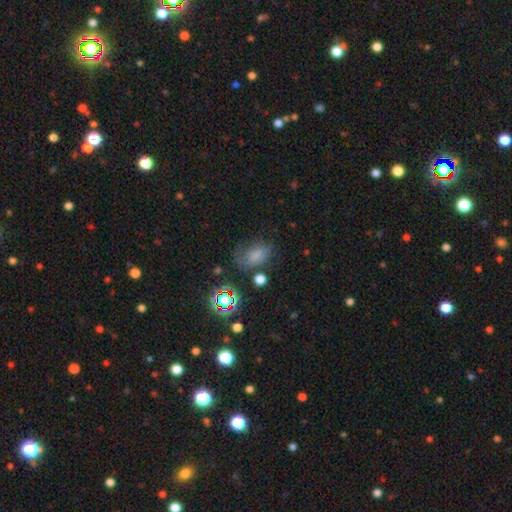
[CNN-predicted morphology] A smooth galaxy with no disk features (58%) that is in between round and cigar-shaped (76%). Merging: none (47%).